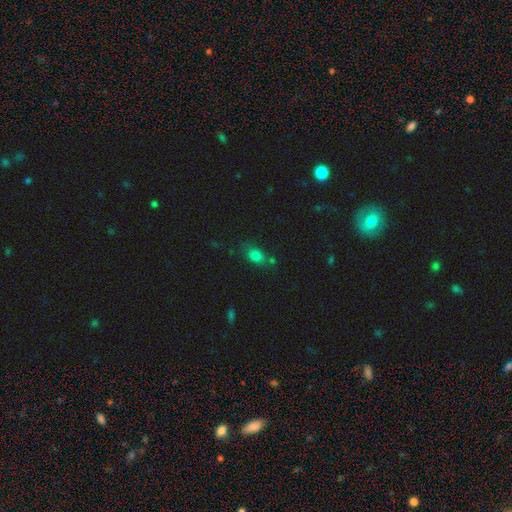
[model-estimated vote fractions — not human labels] This is likely a smooth galaxy (79%). How rounded: likely in between (68%). Merging: likely none (63%).